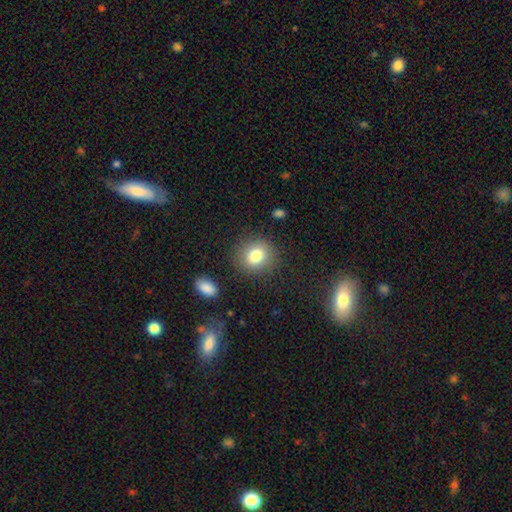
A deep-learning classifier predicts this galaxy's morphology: Smooth or featured? smooth (80%)
How rounded? round (72%)
Merging? none (85%)